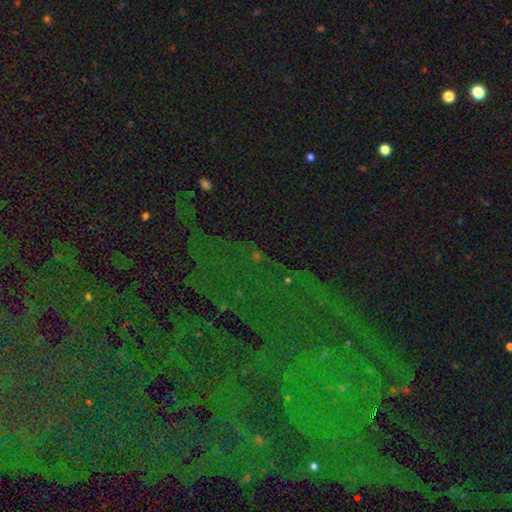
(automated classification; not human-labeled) A star or artifact, not a galaxy (77%).

Vote fractions:
- Smooth or featured? star or artifact: 77% / smooth: 13% / featured or disk: 10%